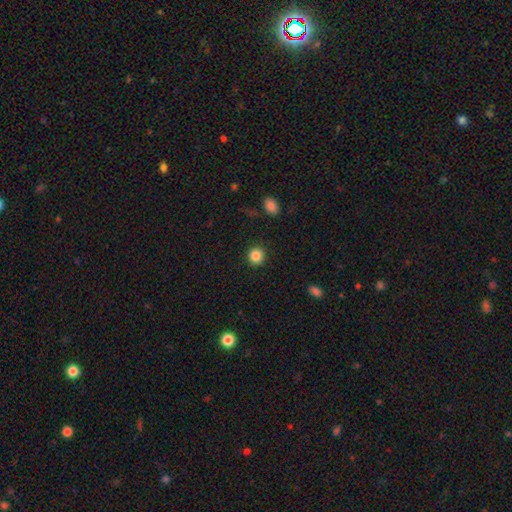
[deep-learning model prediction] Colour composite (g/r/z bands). It shows a smooth galaxy with no disk features (86%) that is round (90%). Merging: none (90%).